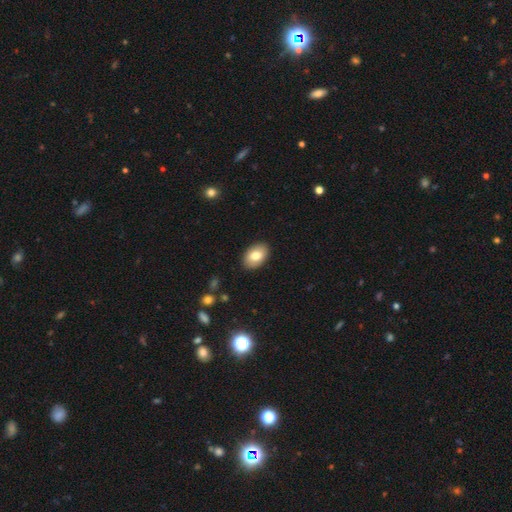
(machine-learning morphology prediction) type=smooth (79%); roundness=in between (89%); merging=none (89%).